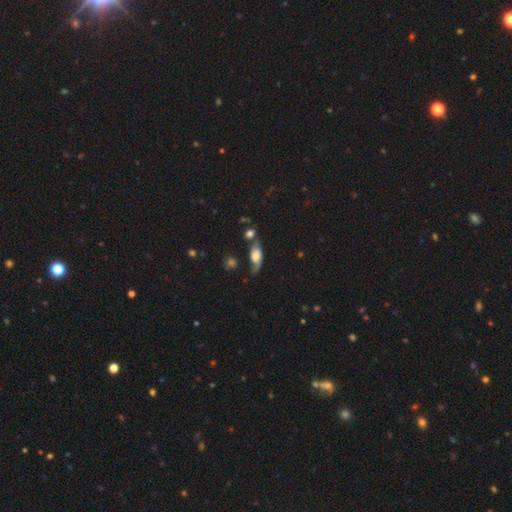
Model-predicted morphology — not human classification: A smooth galaxy with no disk features (48%).

Vote fractions:
- Smooth or featured? smooth: 48% / featured or disk: 44% / star or artifact: 8%
- Merging? none: 48% / minor disturbance: 27% / major disturbance: 13% / merger: 12%